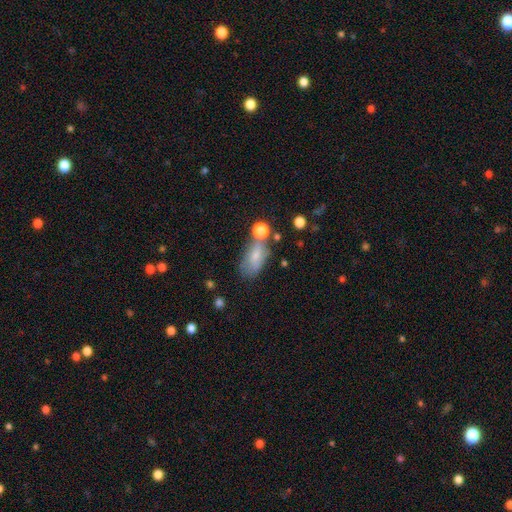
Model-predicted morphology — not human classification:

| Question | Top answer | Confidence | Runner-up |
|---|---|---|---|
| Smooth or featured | smooth | 69% | featured or disk (20%) |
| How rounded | in between | 86% | round (8%) |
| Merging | none | 43% | minor disturbance (24%) |